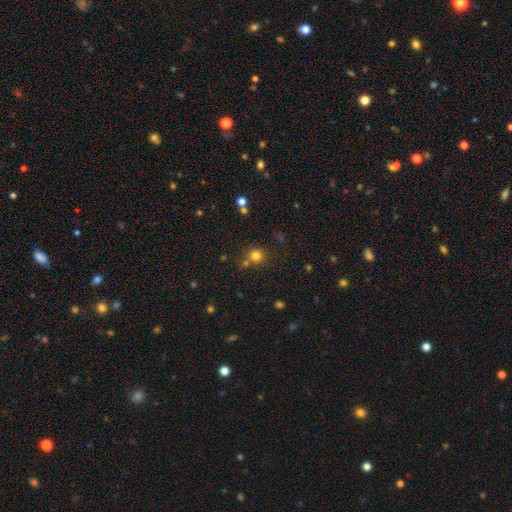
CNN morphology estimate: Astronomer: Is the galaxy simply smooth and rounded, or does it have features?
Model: smooth — 77%.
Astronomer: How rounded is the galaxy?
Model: round — 91%.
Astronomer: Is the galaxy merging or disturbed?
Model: none — 71%.